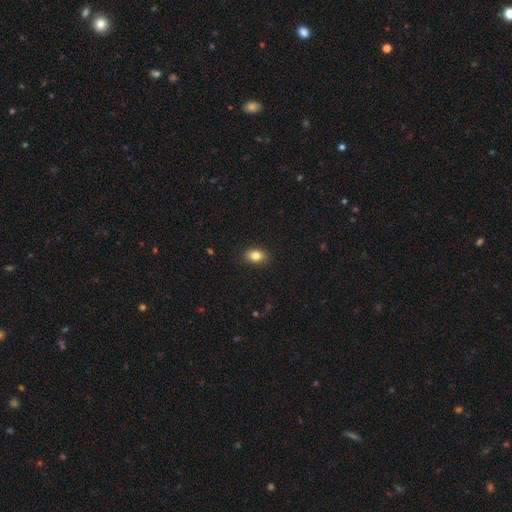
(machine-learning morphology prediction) Smooth or featured?
  - smooth: 83% *
  - star or artifact: 9%
  - featured or disk: 7%
How rounded?
  - in between: 75% *
  - round: 23%
  - cigar-shaped: 1%
Merging?
  - none: 89% *
  - minor disturbance: 8%
  - major disturbance: 2%
  - merger: 1%